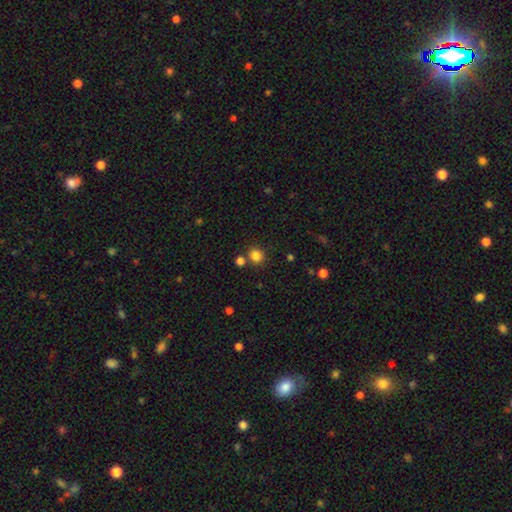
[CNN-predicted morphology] Smooth or featured? Predicted: smooth (p=0.83). How rounded? Predicted: round (p=0.84). Merging? Predicted: none (p=0.78).